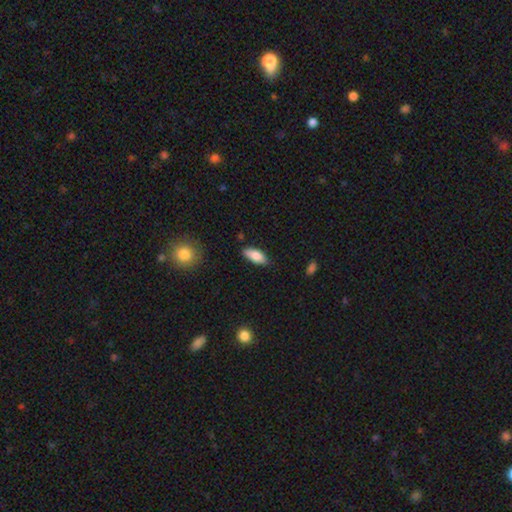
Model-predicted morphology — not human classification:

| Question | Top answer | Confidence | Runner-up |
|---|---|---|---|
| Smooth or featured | smooth | 83% | featured or disk (10%) |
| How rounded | in between | 82% | cigar-shaped (16%) |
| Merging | none | 79% | minor disturbance (17%) |